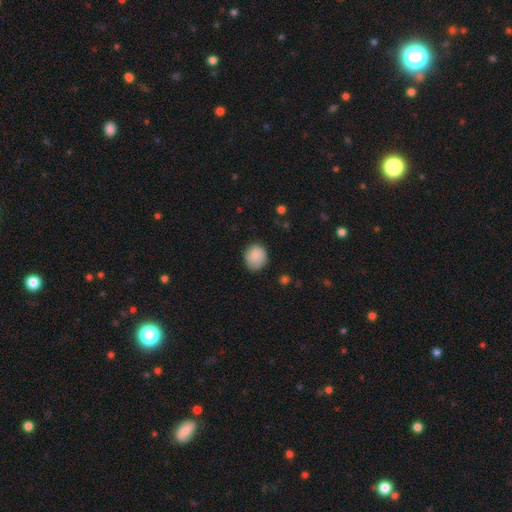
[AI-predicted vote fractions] smooth-or-featured: smooth: 87% | star or artifact: 8% | featured or disk: 6%
  how-rounded: round: 71% | in between: 28% | cigar-shaped: 1%
  merging: none: 77% | minor disturbance: 18% | major disturbance: 3% | merger: 1%